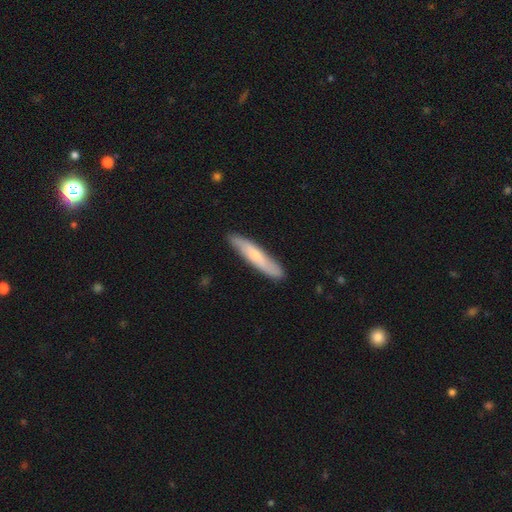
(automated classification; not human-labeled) Smooth or featured: smooth — 58% (featured or disk — 37%)
How rounded: cigar-shaped — 87% (in between — 11%)
Merging: none — 87% (minor disturbance — 10%)